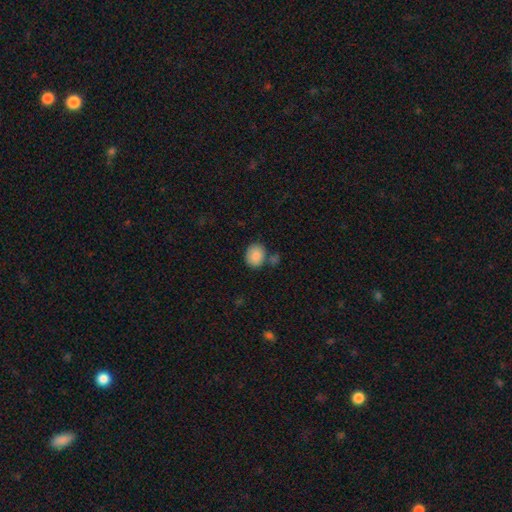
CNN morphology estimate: smooth 87%, star or artifact 8%, featured or disk 6%. Down the decision tree: how rounded — round (61%); merging — none (69%).